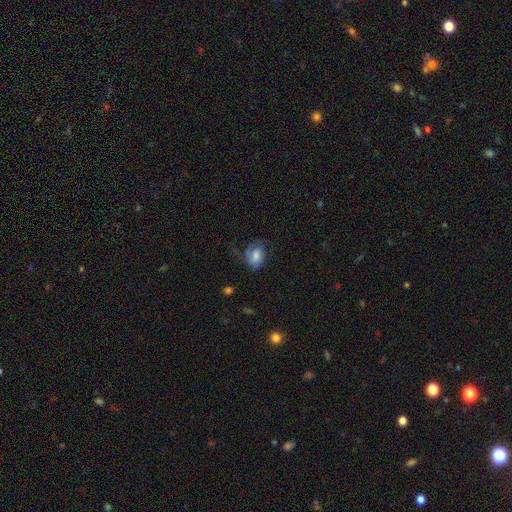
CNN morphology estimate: Smooth or featured: smooth — 58% (featured or disk — 33%)
How rounded: in between — 81% (round — 17%)
Merging: none — 49% (minor disturbance — 26%)